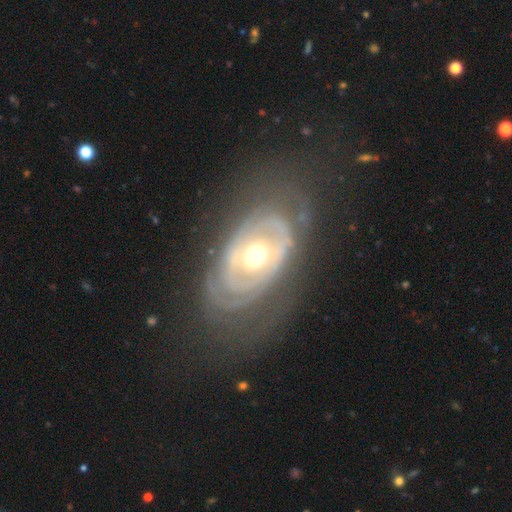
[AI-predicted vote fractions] This appears to be a featured or disk galaxy (82%) with no bar (74%), spiral arms (63%) and a moderate central bulge (74%). Merging: none (71%).